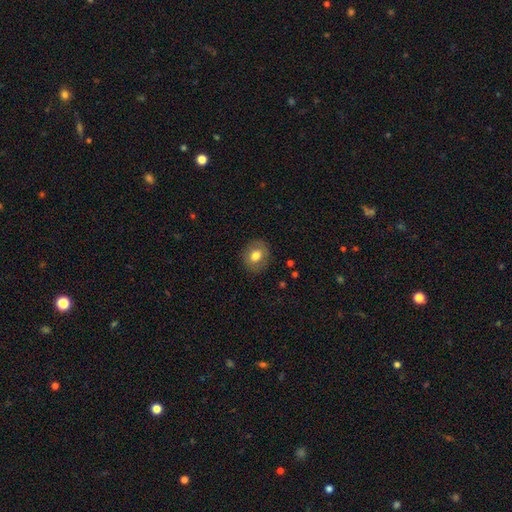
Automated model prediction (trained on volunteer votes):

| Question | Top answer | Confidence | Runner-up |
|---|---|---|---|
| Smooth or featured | smooth | 76% | featured or disk (16%) |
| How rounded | round | 64% | in between (35%) |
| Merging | none | 86% | minor disturbance (10%) |